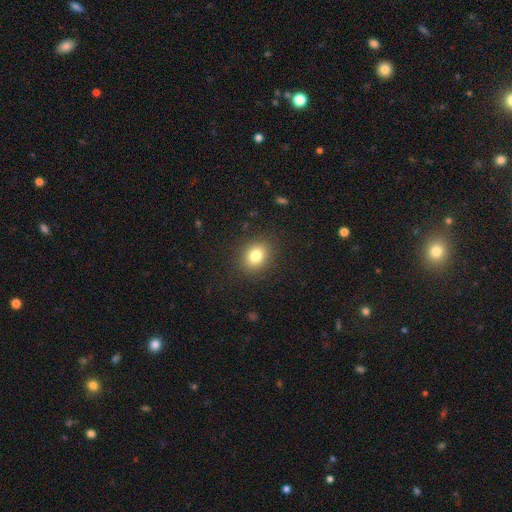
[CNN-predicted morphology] Overall: smooth (81%). How rounded: round (58%; in between 41%). Merging: none (89%).